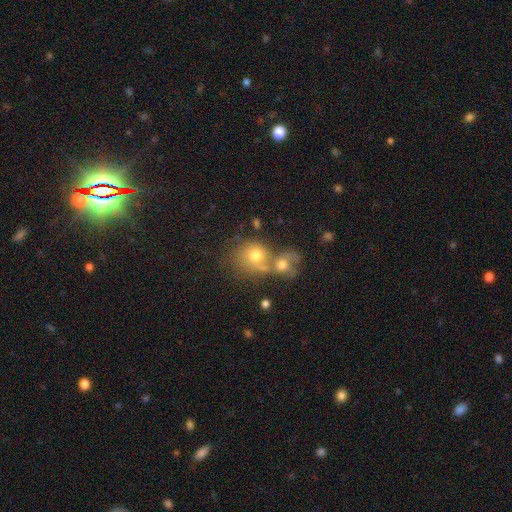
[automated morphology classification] Smooth or featured? smooth (67%)
How rounded? round (69%)
Merging? merger (60%)